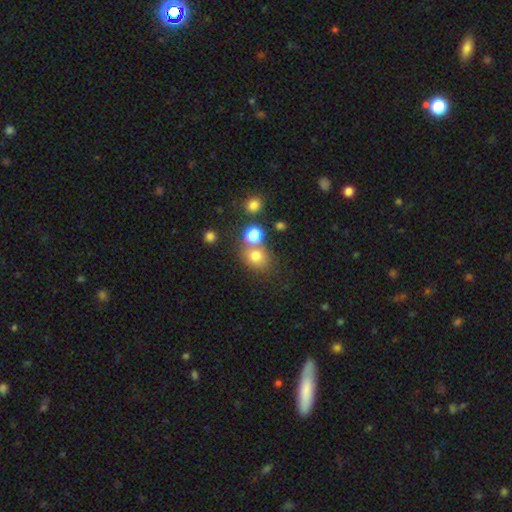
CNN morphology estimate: Smooth or featured? smooth (74%)
How rounded? round (67%)
Merging? none (59%)